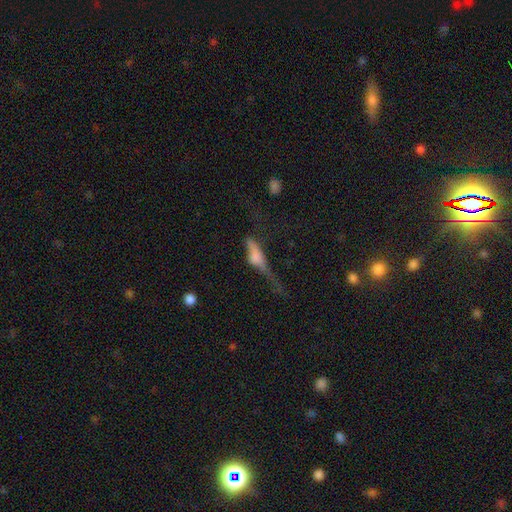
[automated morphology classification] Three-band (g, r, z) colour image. It shows a smooth galaxy with no disk features (48%). Merging: major disturbance (43%).